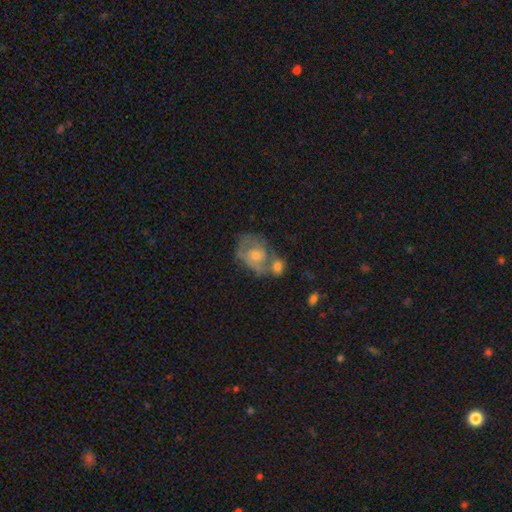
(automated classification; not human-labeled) Smooth or featured: featured or disk — 59% (smooth — 33%)
Edge-on disk: no — 96% (yes — 4%)
Bar: no — 76% (weak — 20%)
Spiral arms: yes — 66% (no — 34%)
Bulge size: moderate — 52% (small — 41%)
Merging: merger — 44% (none — 31%)